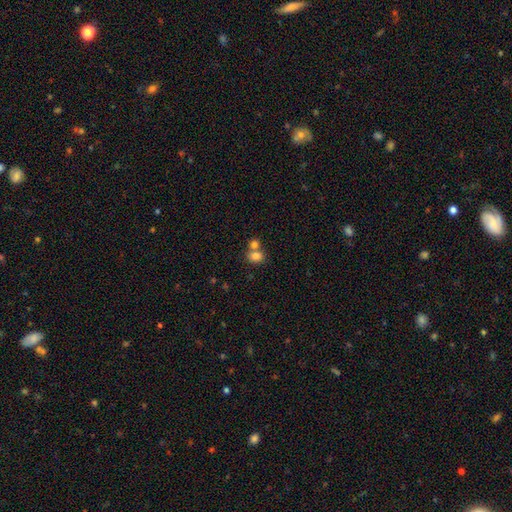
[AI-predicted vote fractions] This appears to be a smooth galaxy with no disk features (80%) that is round (57%). Merging: merger (46%).